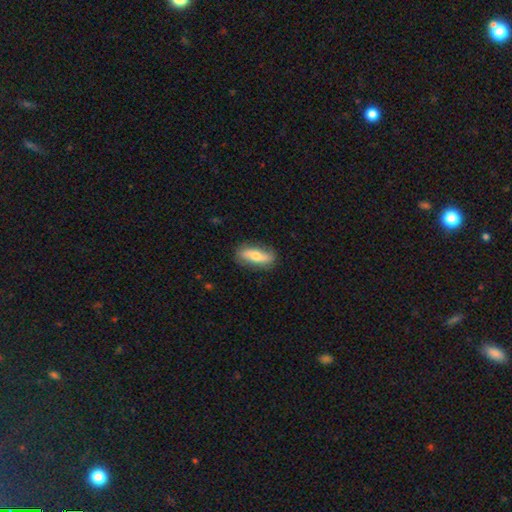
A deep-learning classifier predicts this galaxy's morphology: smooth 53%, featured or disk 41%, star or artifact 6%. Down the decision tree: how rounded — in between (66%); merging — none (81%).